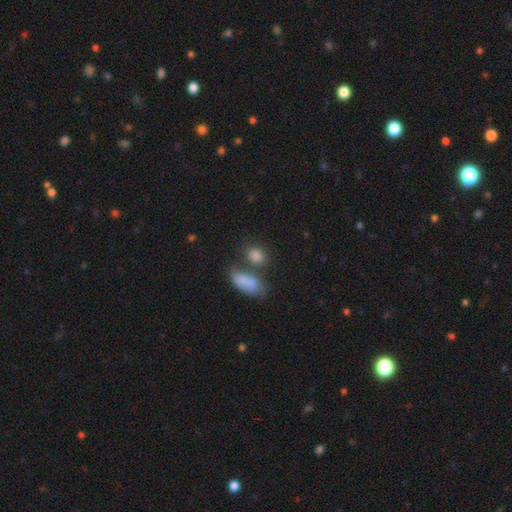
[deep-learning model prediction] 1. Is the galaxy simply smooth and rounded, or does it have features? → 84% smooth, 9% star or artifact, 7% featured or disk.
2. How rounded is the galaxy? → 72% in between, 23% round, 4% cigar-shaped.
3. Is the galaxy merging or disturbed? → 48% none, 32% merger, 13% minor disturbance, 6% major disturbance.